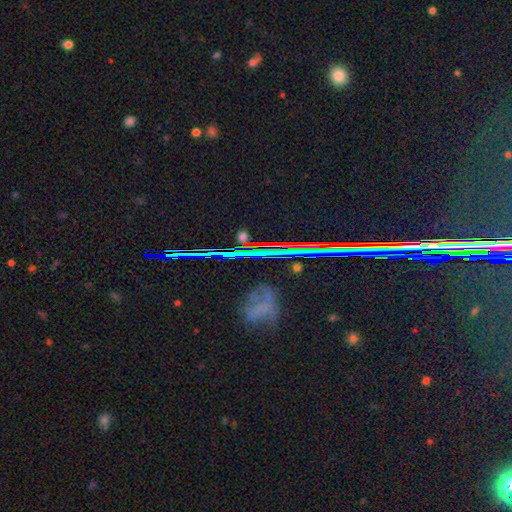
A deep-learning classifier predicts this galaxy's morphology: This appears to be a star or artifact, not a galaxy (83%).